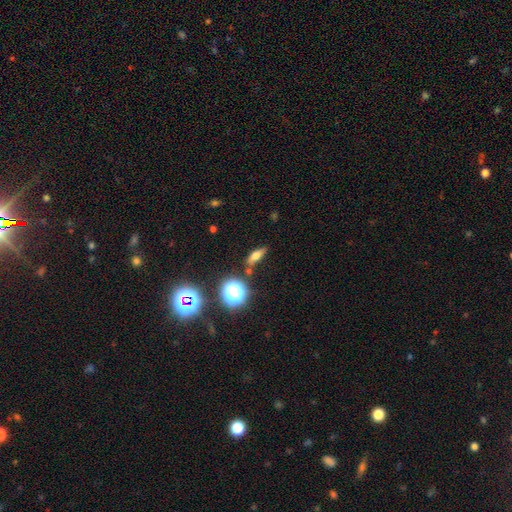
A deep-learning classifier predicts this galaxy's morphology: type=smooth (55%); roundness=in between (50%); merging=none (77%).